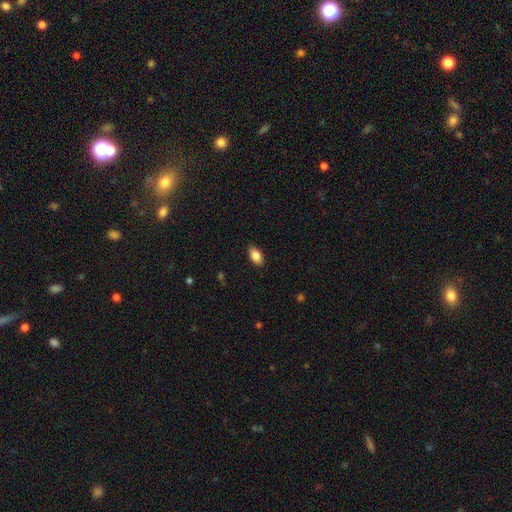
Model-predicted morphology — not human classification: A smooth galaxy with no disk features (85%) that is in between round and cigar-shaped (92%).

Vote fractions:
- Smooth or featured? smooth: 85% / featured or disk: 8% / star or artifact: 7%
- How rounded? in between: 92% / round: 4% / cigar-shaped: 4%
- Merging? none: 88% / minor disturbance: 9% / major disturbance: 2% / merger: 1%